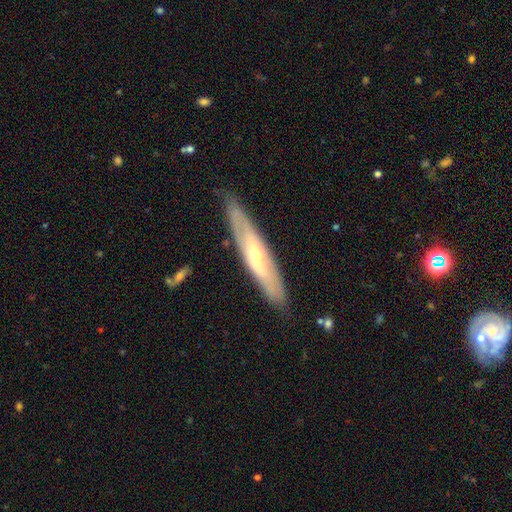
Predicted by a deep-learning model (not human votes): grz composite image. It shows a featured or disk galaxy (64%) viewed edge-on (59%). Merging: none (84%).